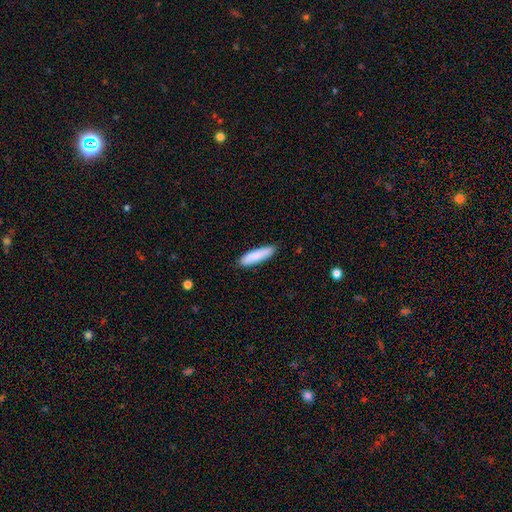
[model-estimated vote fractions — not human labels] Q: Smooth or featured?
A: smooth (87%); runner-up: featured or disk (8%)
Q: How rounded?
A: cigar-shaped (70%); runner-up: in between (29%)
Q: Merging?
A: none (88%); runner-up: minor disturbance (9%)